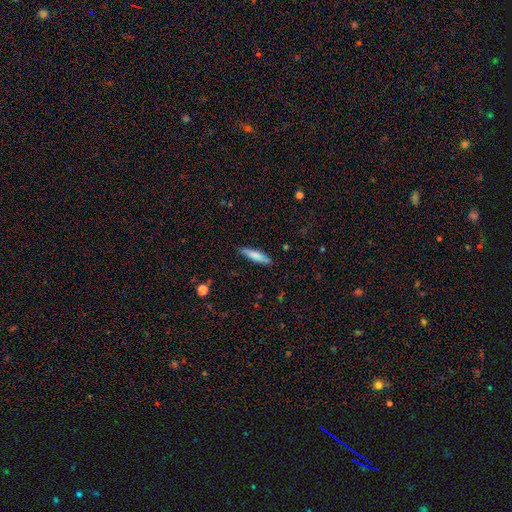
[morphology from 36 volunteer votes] Volunteers were most divided on "how rounded": cigar-shaped: 68%, in between: 32%, round: 0%. More confident: merging — none (97%); smooth or featured — smooth (78%).